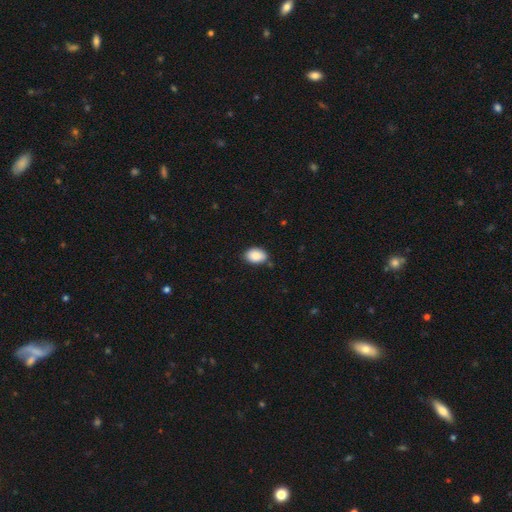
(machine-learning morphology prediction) Smooth or featured? Predicted: smooth (p=0.88). How rounded? Predicted: in between (p=0.86). Merging? Predicted: none (p=0.79).